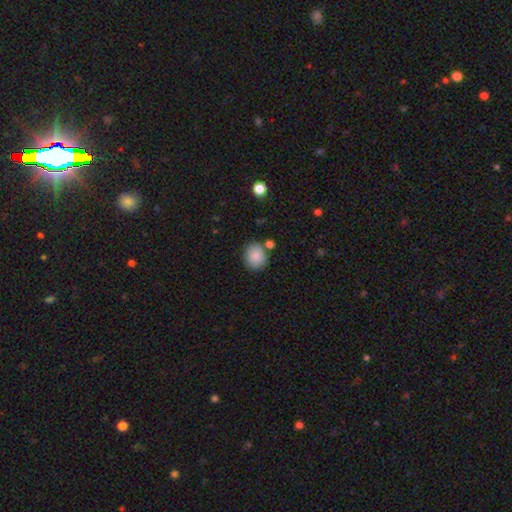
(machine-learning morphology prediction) Overall: smooth (86%). How rounded: round (75%). Merging: none (76%).